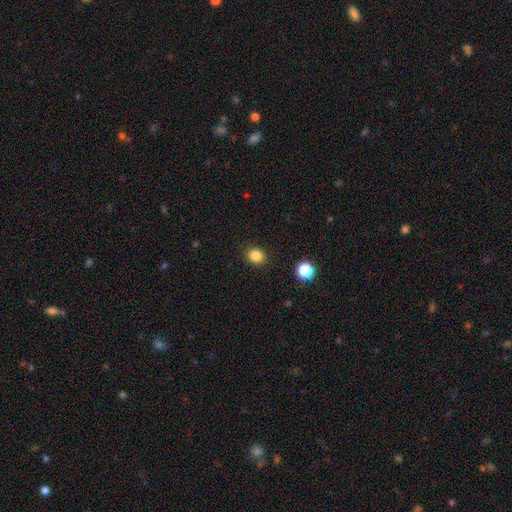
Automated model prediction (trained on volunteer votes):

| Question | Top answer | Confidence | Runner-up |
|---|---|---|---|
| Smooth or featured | smooth | 84% | star or artifact (12%) |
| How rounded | round | 68% | in between (31%) |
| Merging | none | 89% | minor disturbance (7%) |